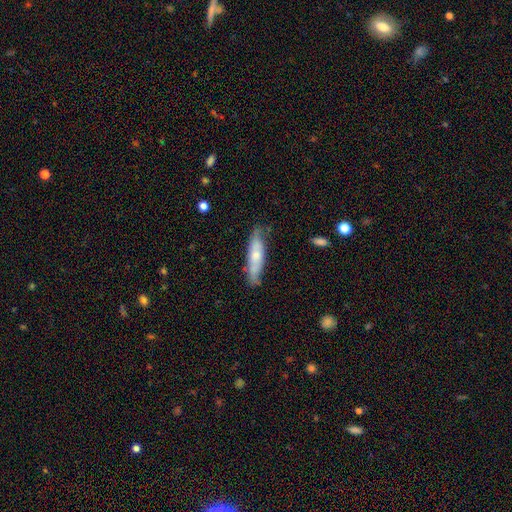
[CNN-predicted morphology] This is possibly a smooth galaxy (57%). How rounded: likely cigar-shaped (72%). Merging: likely none (71%).